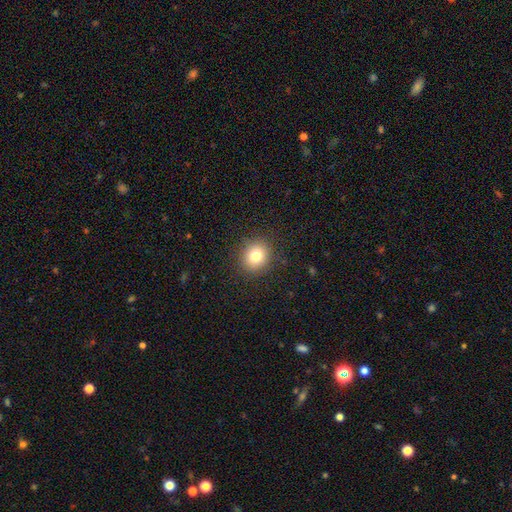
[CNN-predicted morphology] A smooth galaxy with no disk features (80%) that is round (82%).

Vote fractions:
- Smooth or featured? smooth: 80% / star or artifact: 12% / featured or disk: 8%
- How rounded? round: 82% / in between: 18% / cigar-shaped: 1%
- Merging? none: 89% / minor disturbance: 7% / major disturbance: 3% / merger: 1%